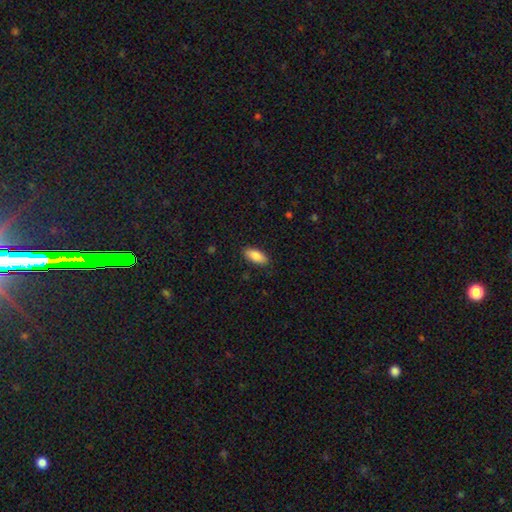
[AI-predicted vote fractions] smooth-or-featured: smooth: 87% | featured or disk: 7% | star or artifact: 6%
  how-rounded: in between: 85% | cigar-shaped: 13% | round: 2%
  merging: none: 87% | minor disturbance: 10% | major disturbance: 2% | merger: 1%